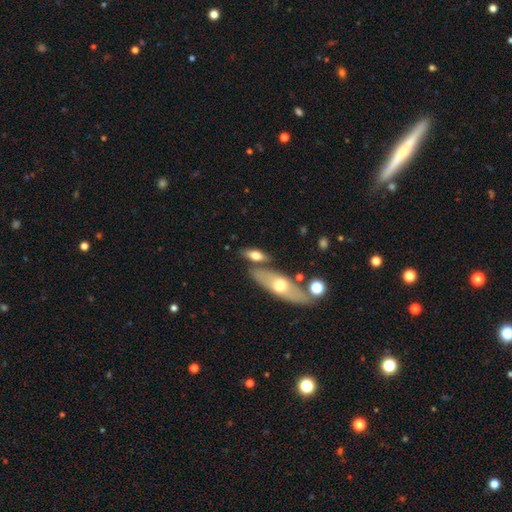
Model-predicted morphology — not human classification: The model was most divided on "smooth or featured": smooth: 64%, featured or disk: 29%, star or artifact: 6%. More confident: how rounded — in between (68%); merging — none (63%).